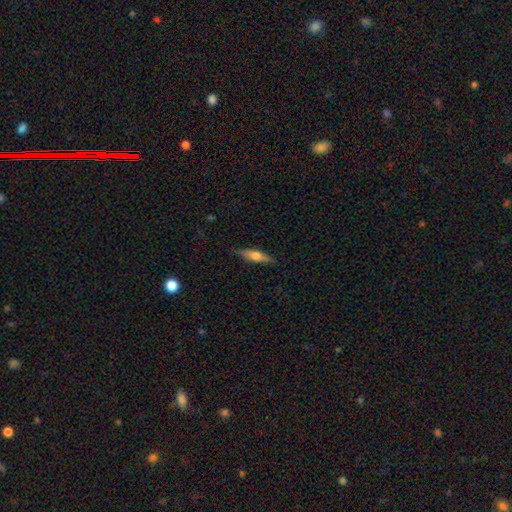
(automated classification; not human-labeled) Overall: smooth (52%; featured or disk 42%). How rounded: cigar-shaped (71%). Merging: none (84%).